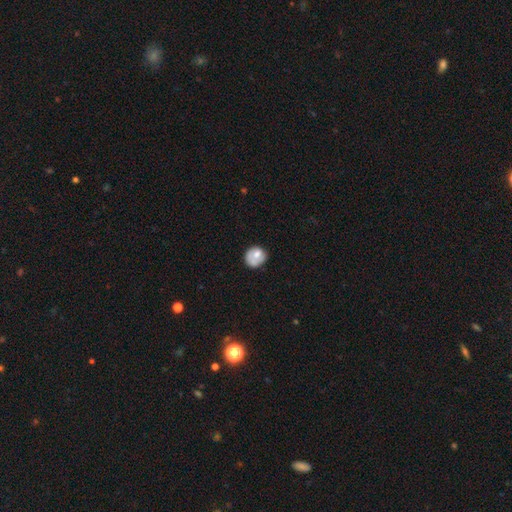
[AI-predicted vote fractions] This is likely a smooth galaxy (66%). How rounded: likely round (75%). Merging: possibly none (57%).